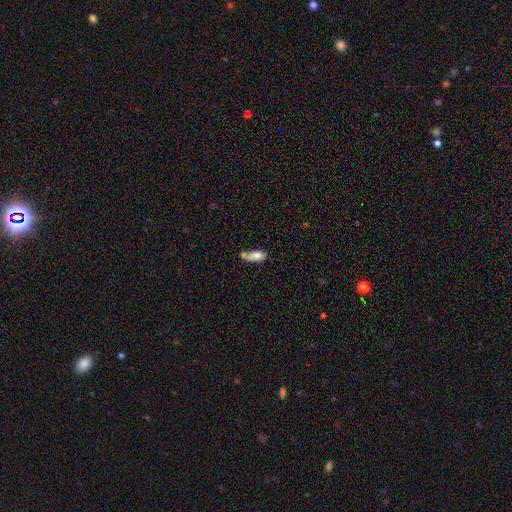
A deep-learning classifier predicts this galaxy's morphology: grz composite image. It shows a smooth galaxy with no disk features (78%) that is in between round and cigar-shaped (82%). Merging: none (35%).